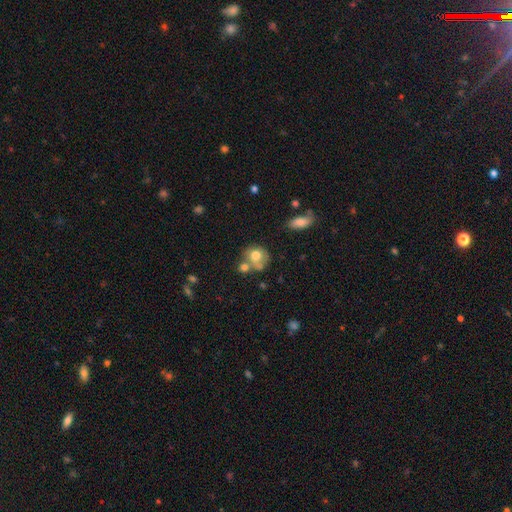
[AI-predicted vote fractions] This is likely a smooth galaxy (69%). How rounded: likely round (68%). Merging: marginally none (37%).